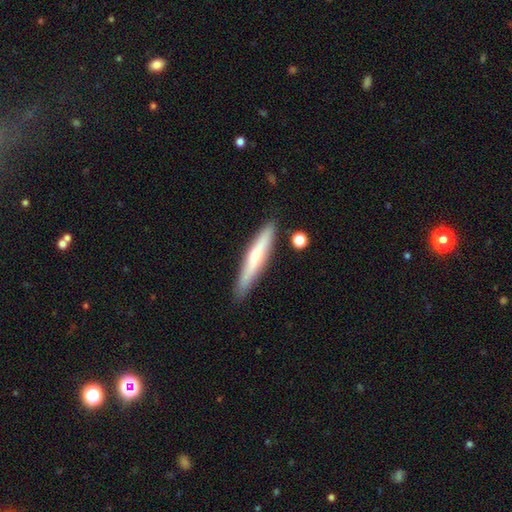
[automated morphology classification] smooth-or-featured: smooth: 49% | featured or disk: 45% | star or artifact: 6%
  merging: none: 86% | minor disturbance: 10% | merger: 3% | major disturbance: 2%